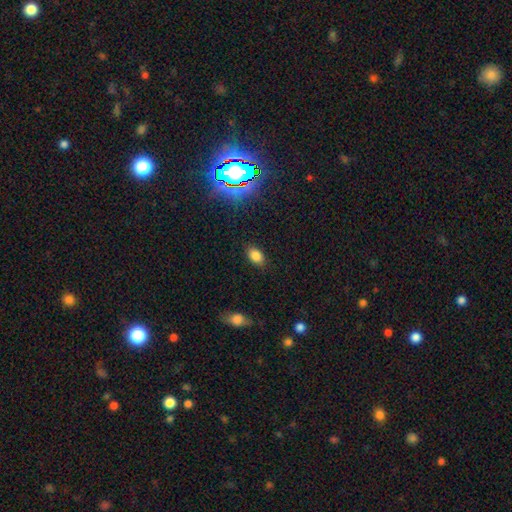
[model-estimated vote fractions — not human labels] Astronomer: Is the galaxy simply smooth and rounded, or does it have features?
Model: smooth — 79%.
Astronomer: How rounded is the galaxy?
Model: in between — 86%.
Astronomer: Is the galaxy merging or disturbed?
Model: none — 85%.